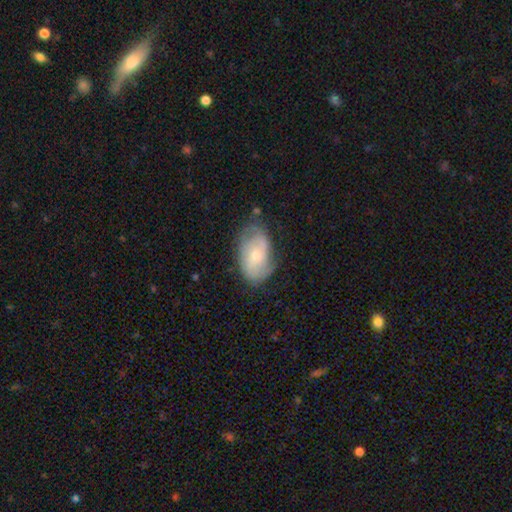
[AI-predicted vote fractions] Morphology: type=featured or disk (54%); edge-on=no (95%); bar=no (66%); spiral arms=yes (75%); bulge=small (54%); merging=none (61%).